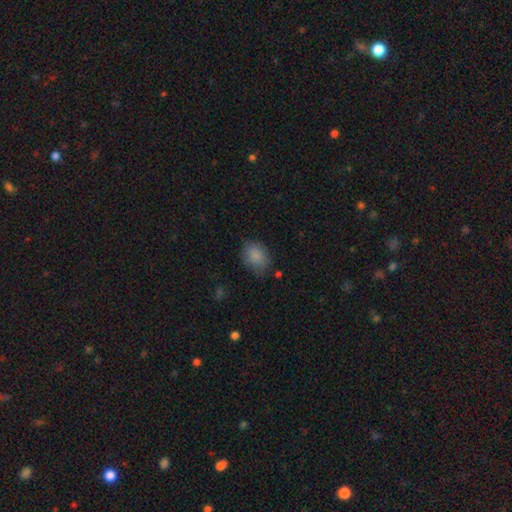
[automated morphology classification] This appears to be a smooth galaxy with no disk features (86%) that is in between round and cigar-shaped (67%). Merging: none (71%).